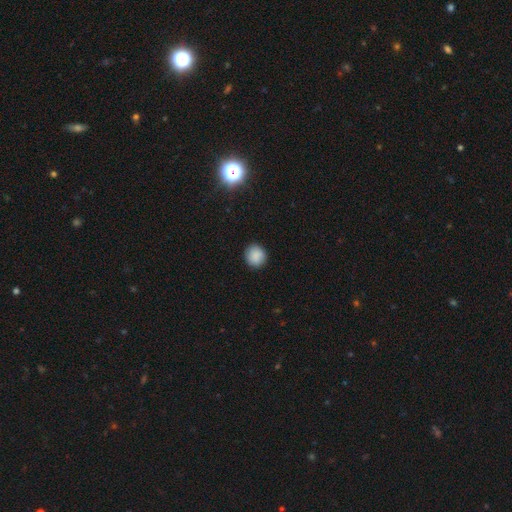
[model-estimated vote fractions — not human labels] Smooth or featured? Predicted: smooth (p=0.88). How rounded? Predicted: round (p=0.89). Merging? Predicted: none (p=0.89).